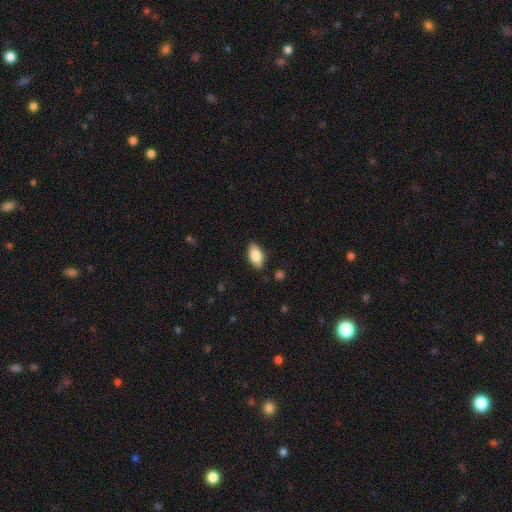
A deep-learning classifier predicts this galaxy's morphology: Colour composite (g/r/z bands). It shows a smooth galaxy with no disk features (80%) that is in between round and cigar-shaped (90%). Merging: none (85%).